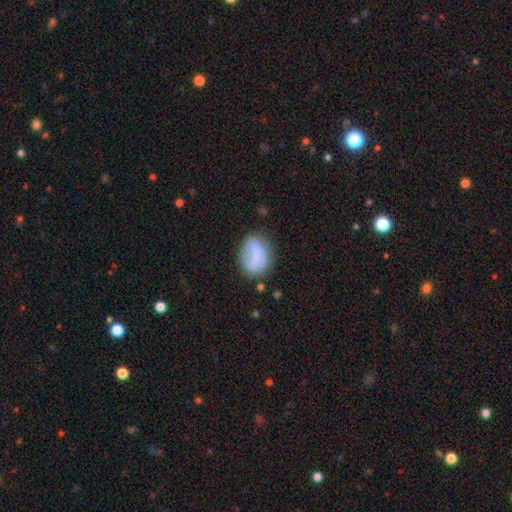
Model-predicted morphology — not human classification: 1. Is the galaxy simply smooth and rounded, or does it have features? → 69% smooth, 23% featured or disk, 8% star or artifact.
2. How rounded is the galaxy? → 56% in between, 42% round, 1% cigar-shaped.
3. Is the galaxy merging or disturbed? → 60% none, 25% minor disturbance, 10% major disturbance, 4% merger.